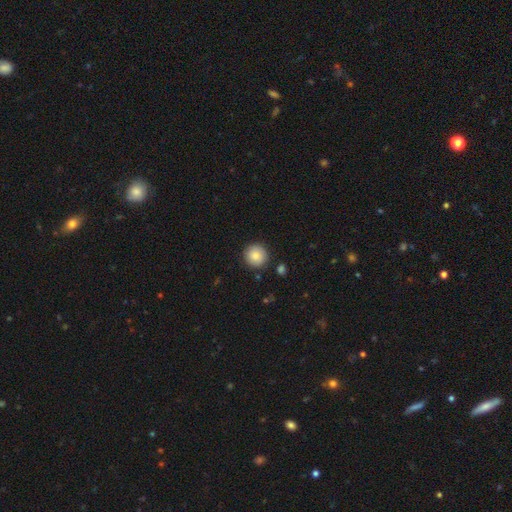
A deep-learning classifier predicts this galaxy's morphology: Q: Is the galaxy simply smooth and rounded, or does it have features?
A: smooth — 86%.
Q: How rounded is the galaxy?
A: round — 95%.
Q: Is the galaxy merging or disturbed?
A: none — 89%.